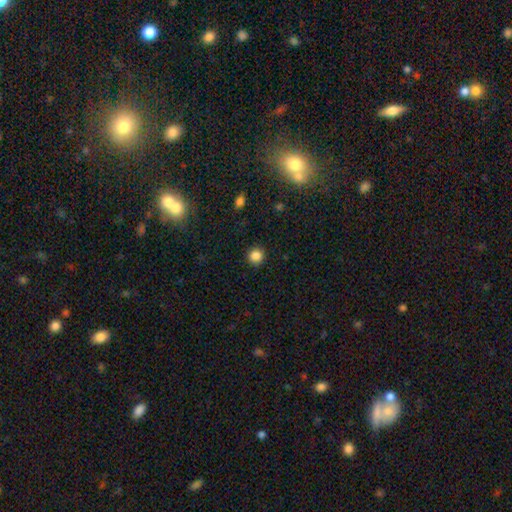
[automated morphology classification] smooth_or_featured: smooth (p=0.85) [alt: star or artifact p=0.12]
how_rounded: round (p=0.92) [alt: in between p=0.07]
merging: none (p=0.91) [alt: minor disturbance p=0.06]